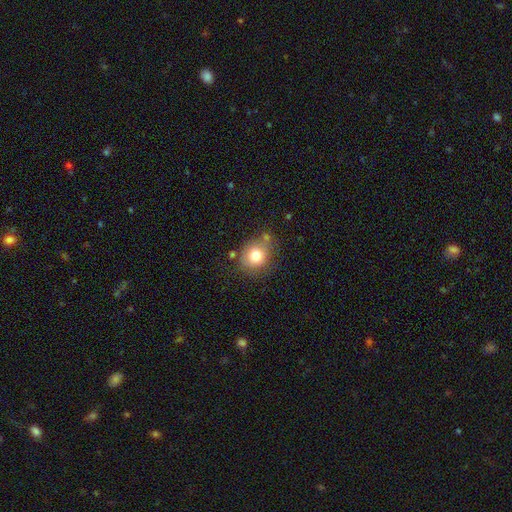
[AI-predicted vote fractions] This is likely a smooth galaxy (77%). How rounded: likely round (76%). Merging: likely none (67%).